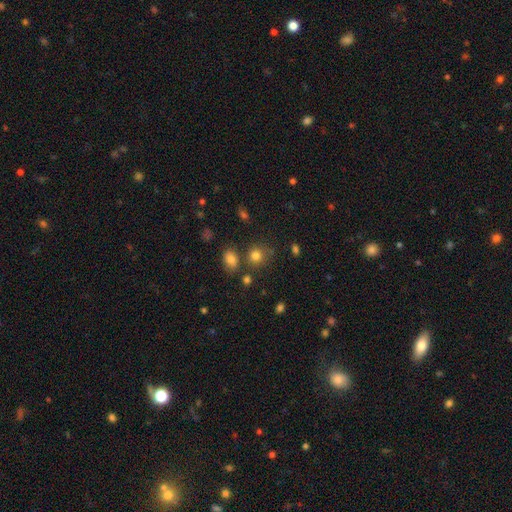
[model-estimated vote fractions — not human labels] Smooth or featured? Predicted: smooth (p=0.80). How rounded? Predicted: round (p=0.80). Merging? Predicted: none (p=0.72).